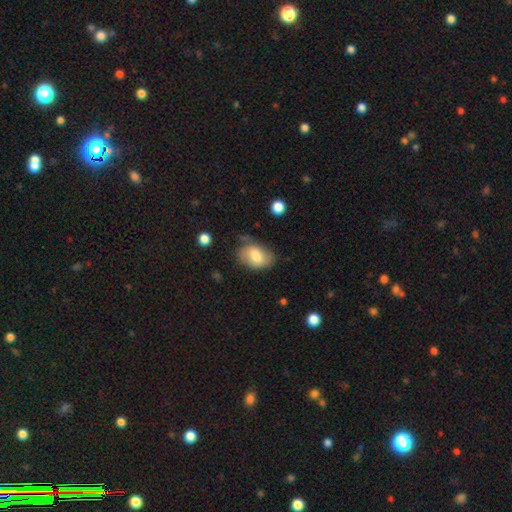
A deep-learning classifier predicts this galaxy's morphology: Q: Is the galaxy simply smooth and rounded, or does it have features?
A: smooth — 71%.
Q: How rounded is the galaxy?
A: in between — 85%.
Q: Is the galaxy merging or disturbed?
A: none — 60%.